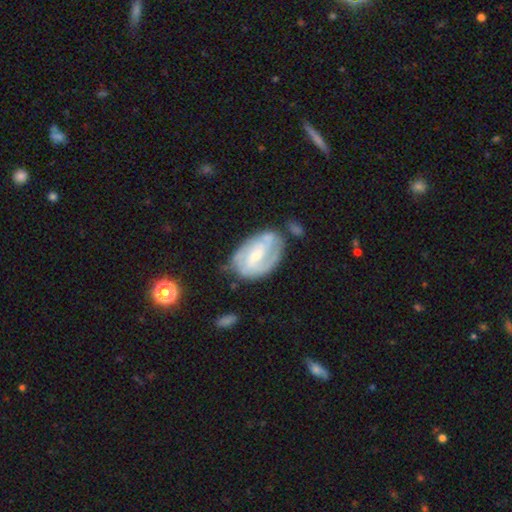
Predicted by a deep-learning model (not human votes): This is likely a featured or disk galaxy (76%). It is clearly not viewed edge-on (96%). Bar: possibly weak (48%). Spiral arm pattern: clearly yes (87%). Spiral arm count: possibly 2 (60%). Spiral winding: marginally tight (44%). Central bulge: possibly small (55%). Merging: possibly none (57%).